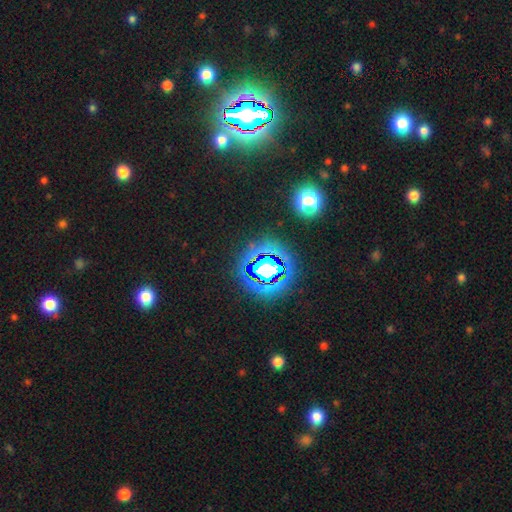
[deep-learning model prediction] This is clearly a star or artifact rather than a galaxy (80%).